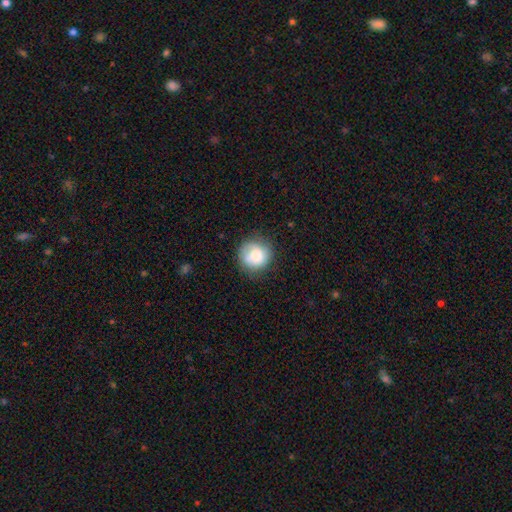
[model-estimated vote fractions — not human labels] Q: Smooth or featured?
A: smooth (73%); runner-up: featured or disk (19%)
Q: How rounded?
A: round (88%); runner-up: in between (11%)
Q: Merging?
A: none (69%); runner-up: minor disturbance (22%)